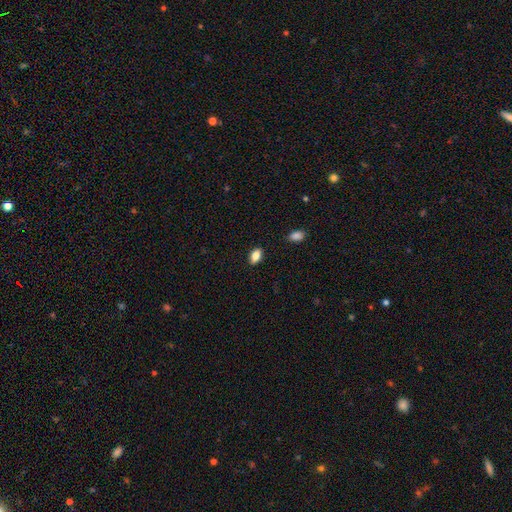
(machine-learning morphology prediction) This appears to be a smooth galaxy with no disk features (83%) that is in between round and cigar-shaped (89%). Merging: none (87%).